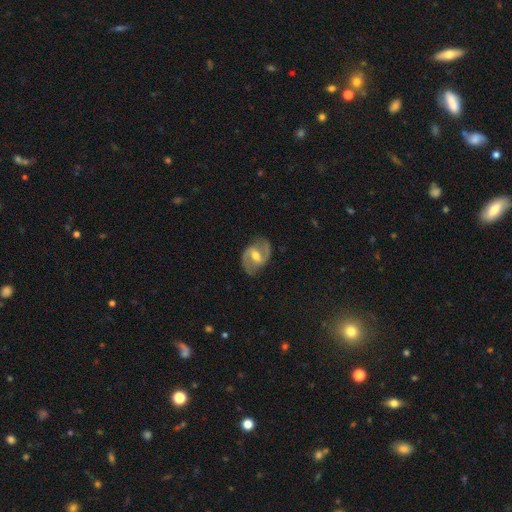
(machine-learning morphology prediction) type=featured or disk (82%); edge-on=no (97%); bar=weak (50%); spiral arms=yes (90%); winding=medium (53%); arm count=2 (91%); bulge=moderate (73%); merging=none (80%).